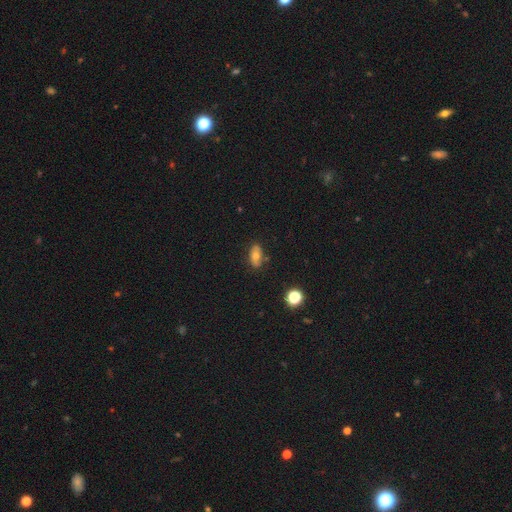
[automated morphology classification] A smooth galaxy with no disk features (65%) that is in between round and cigar-shaped (85%).

Vote fractions:
- Smooth or featured? smooth: 65% / featured or disk: 24% / star or artifact: 11%
- How rounded? in between: 85% / round: 7% / cigar-shaped: 7%
- Merging? none: 79% / minor disturbance: 15% / major disturbance: 3% / merger: 3%